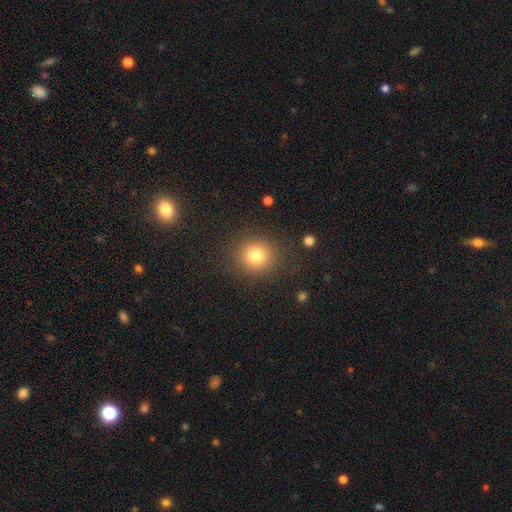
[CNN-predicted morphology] smooth 79%, star or artifact 13%, featured or disk 8%. Down the decision tree: how rounded — round (90%); merging — none (86%).